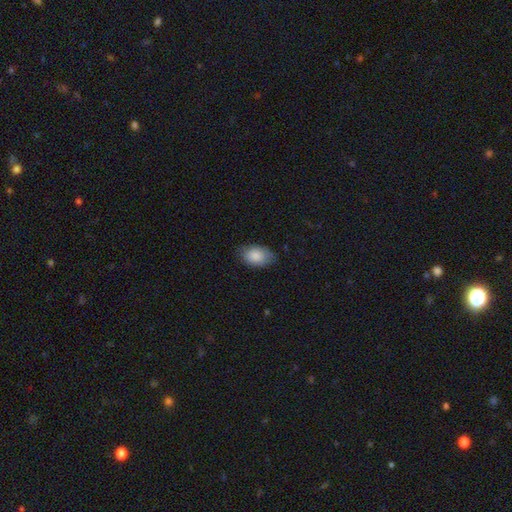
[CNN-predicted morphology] Overall: smooth (86%). How rounded: in between (90%). Merging: none (75%).